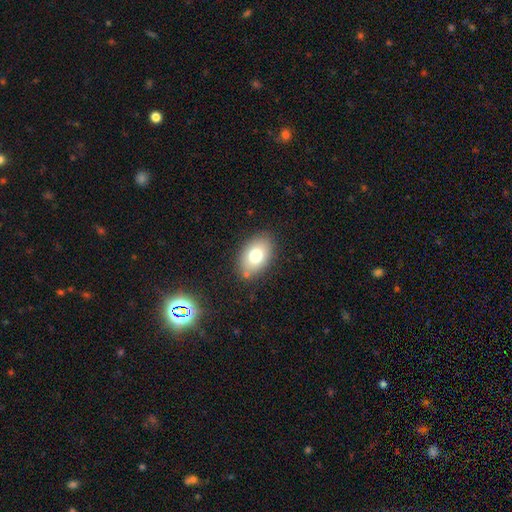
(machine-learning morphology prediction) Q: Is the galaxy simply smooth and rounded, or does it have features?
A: smooth — 76%.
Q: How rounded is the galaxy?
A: in between — 85%.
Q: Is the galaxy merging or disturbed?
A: none — 82%.